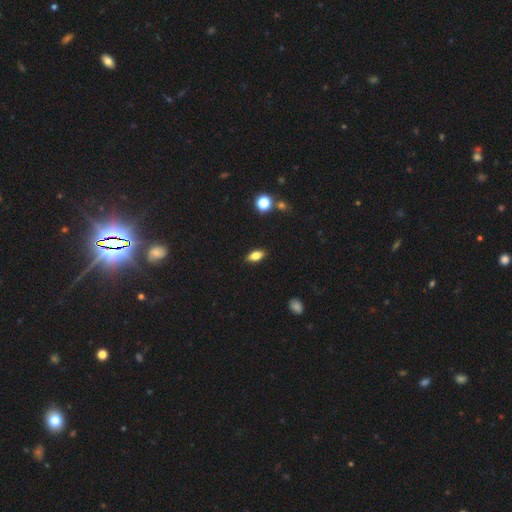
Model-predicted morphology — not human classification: A smooth galaxy with no disk features (73%) that is in between round and cigar-shaped (83%).

Vote fractions:
- Smooth or featured? smooth: 73% / featured or disk: 18% / star or artifact: 9%
- How rounded? in between: 83% / cigar-shaped: 11% / round: 6%
- Merging? none: 88% / minor disturbance: 8% / major disturbance: 2% / merger: 1%